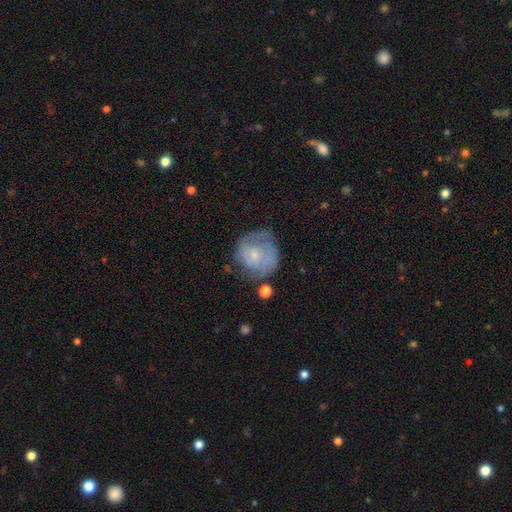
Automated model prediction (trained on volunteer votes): This appears to be a featured or disk galaxy (53%) with no bar (77%), spiral arms (65%) and a small central bulge (72%). Merging: none (50%).